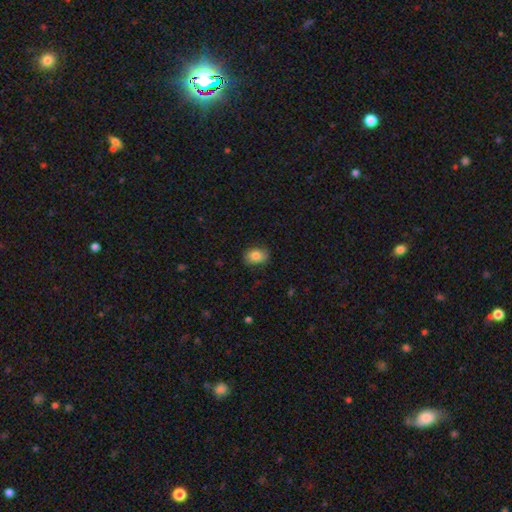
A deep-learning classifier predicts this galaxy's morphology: This is clearly a smooth galaxy (83%). How rounded: likely in between (76%). Merging: clearly none (83%).